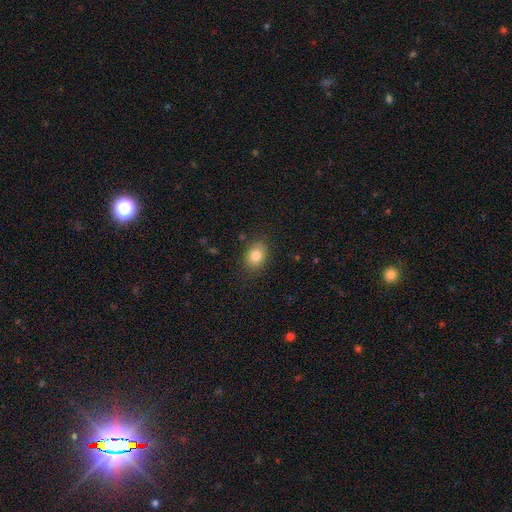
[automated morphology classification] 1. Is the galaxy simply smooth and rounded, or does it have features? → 82% smooth, 10% star or artifact, 8% featured or disk.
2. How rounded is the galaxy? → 61% in between, 38% round, 1% cigar-shaped.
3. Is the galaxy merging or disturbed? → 85% none, 11% minor disturbance, 3% major disturbance, 1% merger.